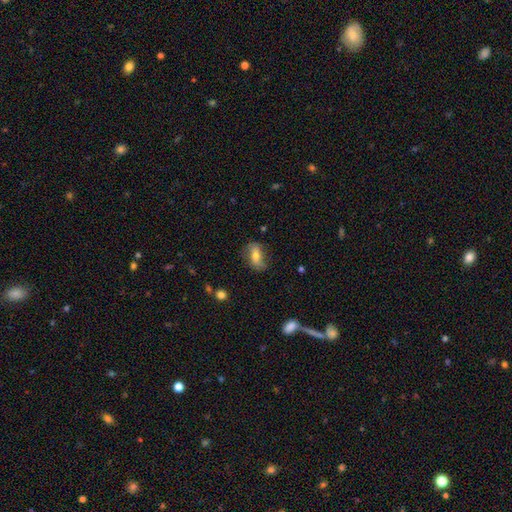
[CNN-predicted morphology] The model was most divided on "smooth or featured": smooth: 59%, featured or disk: 33%, star or artifact: 8%. More confident: how rounded — in between (82%); merging — none (69%).